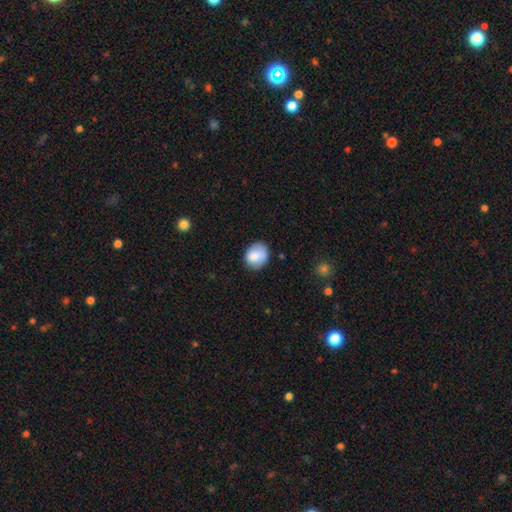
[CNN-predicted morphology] Overall: smooth (84%). How rounded: round (55%; in between 45%). Merging: none (72%).